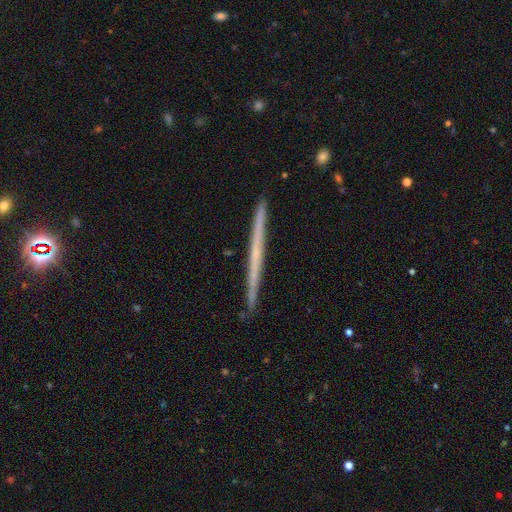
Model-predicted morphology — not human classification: Overall: featured or disk (57%; smooth 37%). Edge-on disk: yes (98%). Edge-on bulge: none (88%). Merging: none (91%).